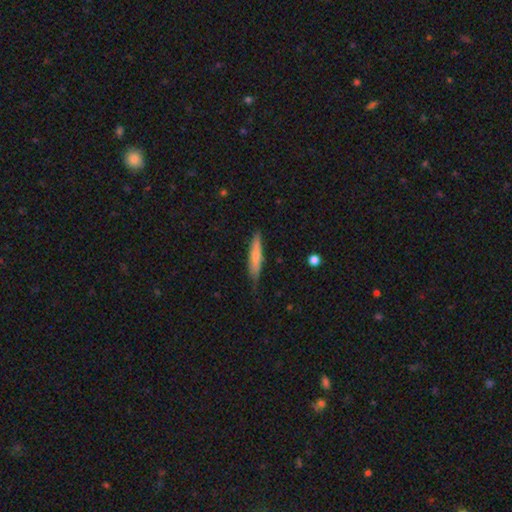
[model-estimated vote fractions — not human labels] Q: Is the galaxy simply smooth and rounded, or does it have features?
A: smooth — 66%.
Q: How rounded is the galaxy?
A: cigar-shaped — 87%.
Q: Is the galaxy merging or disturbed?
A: none — 75%.